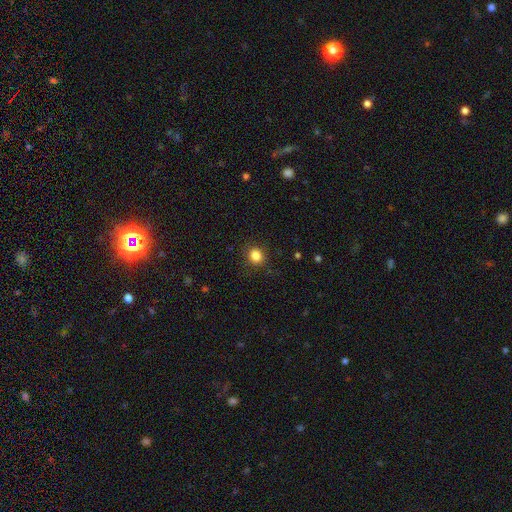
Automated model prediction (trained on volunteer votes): Smooth or featured?
  - smooth: 84% *
  - star or artifact: 11%
  - featured or disk: 4%
How rounded?
  - round: 82% *
  - in between: 17%
  - cigar-shaped: 1%
Merging?
  - none: 89% *
  - minor disturbance: 8%
  - major disturbance: 3%
  - merger: 1%